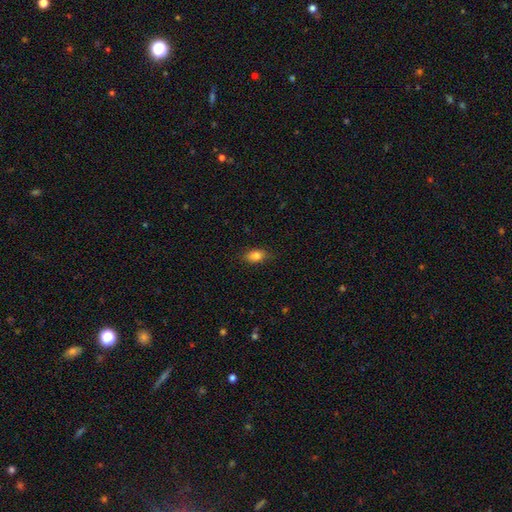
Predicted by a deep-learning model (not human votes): A smooth galaxy with no disk features (84%) that is in between round and cigar-shaped (83%).

Vote fractions:
- Smooth or featured? smooth: 84% / star or artifact: 9% / featured or disk: 7%
- How rounded? in between: 83% / round: 13% / cigar-shaped: 3%
- Merging? none: 84% / minor disturbance: 12% / major disturbance: 3% / merger: 1%